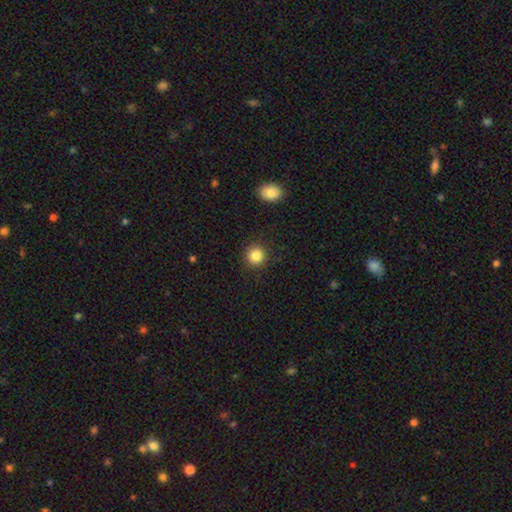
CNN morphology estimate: Smooth or featured?
  - smooth: 85% *
  - star or artifact: 10%
  - featured or disk: 5%
How rounded?
  - round: 93% *
  - in between: 6%
  - cigar-shaped: 1%
Merging?
  - none: 91% *
  - minor disturbance: 6%
  - major disturbance: 2%
  - merger: 1%